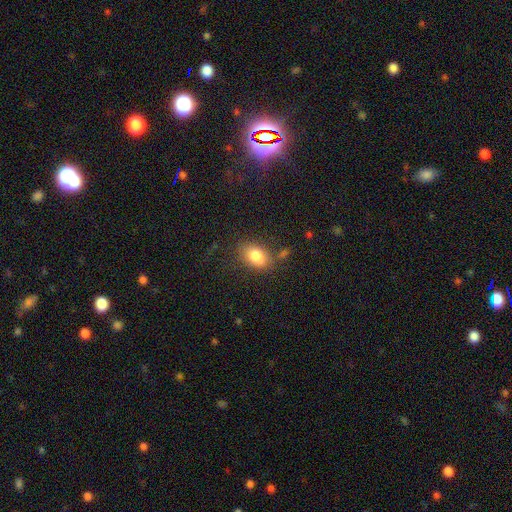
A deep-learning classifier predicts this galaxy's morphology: This appears to be a smooth galaxy with no disk features (79%) that is in between round and cigar-shaped (83%). Merging: none (66%).